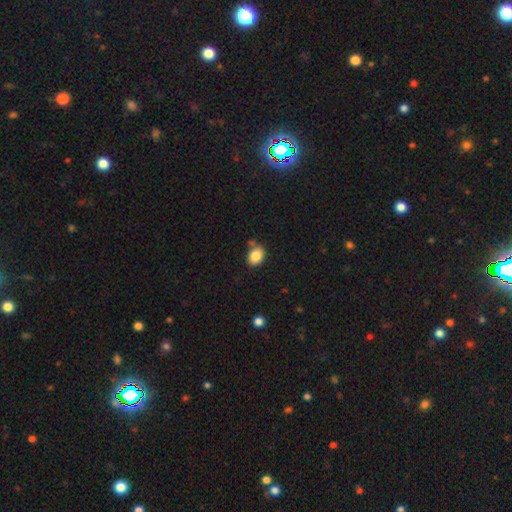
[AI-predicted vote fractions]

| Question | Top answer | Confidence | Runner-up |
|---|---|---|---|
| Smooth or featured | smooth | 85% | star or artifact (8%) |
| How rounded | in between | 67% | round (32%) |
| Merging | none | 71% | minor disturbance (16%) |